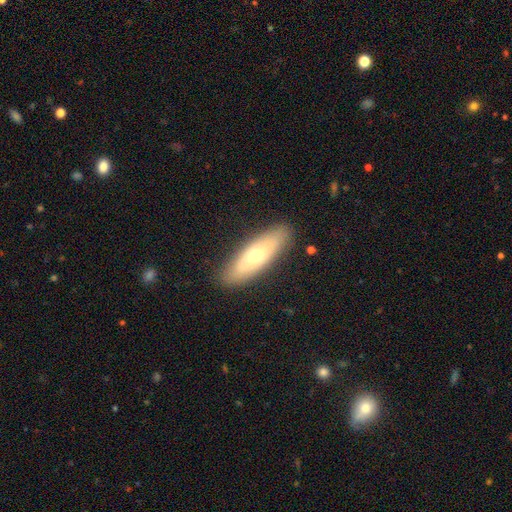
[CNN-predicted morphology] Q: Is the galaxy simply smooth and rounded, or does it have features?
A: smooth — 58%.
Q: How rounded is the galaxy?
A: in between — 50%.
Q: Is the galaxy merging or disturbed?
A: none — 86%.